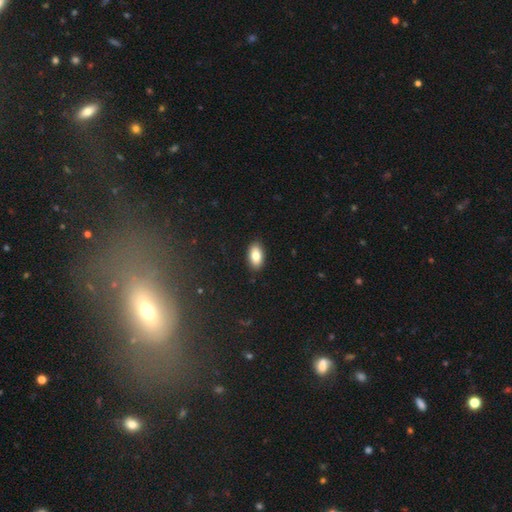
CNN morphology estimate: smooth-or-featured: smooth: 84% | featured or disk: 9% | star or artifact: 7%
  how-rounded: in between: 93% | round: 4% | cigar-shaped: 3%
  merging: none: 89% | minor disturbance: 8% | major disturbance: 2% | merger: 1%